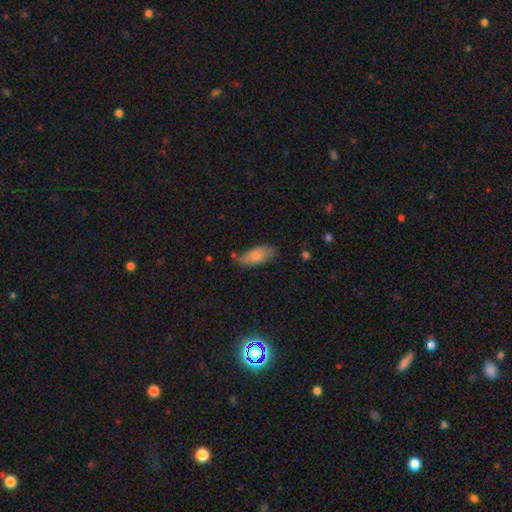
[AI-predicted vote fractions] A smooth galaxy with no disk features (78%) that is in between round and cigar-shaped (88%). Merging: none (59%).